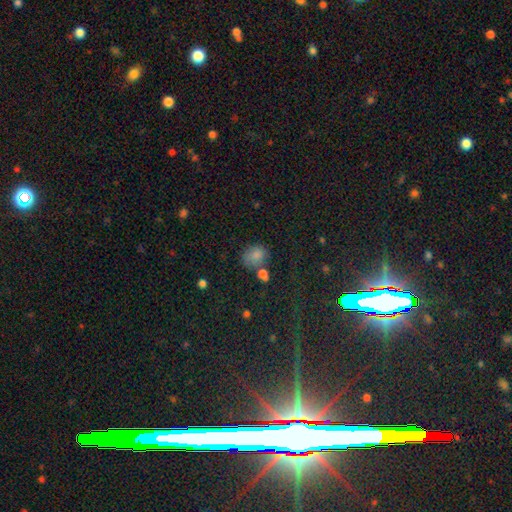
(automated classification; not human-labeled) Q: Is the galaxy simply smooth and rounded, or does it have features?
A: smooth — 80%.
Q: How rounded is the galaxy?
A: round — 54%.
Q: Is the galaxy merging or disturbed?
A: none — 57%.